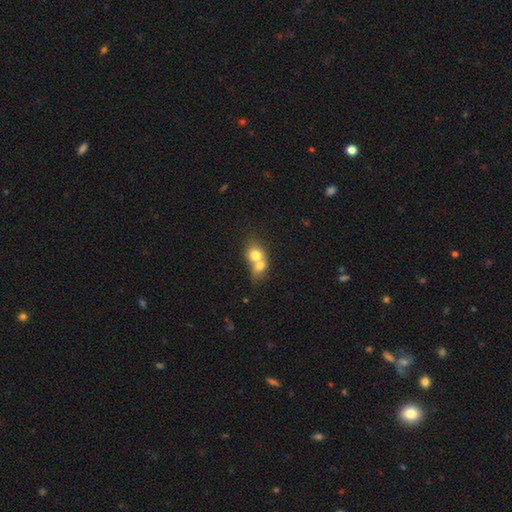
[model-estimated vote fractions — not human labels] smooth 71%, featured or disk 21%, star or artifact 8%. Down the decision tree: how rounded — round (55%); merging — merger (78%).